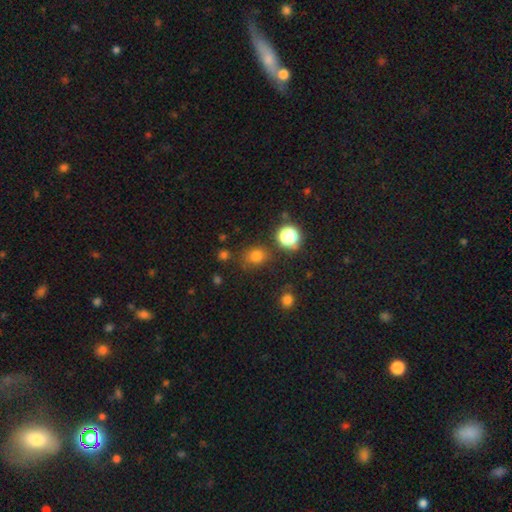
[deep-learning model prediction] Smooth or featured: smooth — 74% (star or artifact — 20%)
How rounded: round — 65% (in between — 34%)
Merging: none — 77% (minor disturbance — 14%)